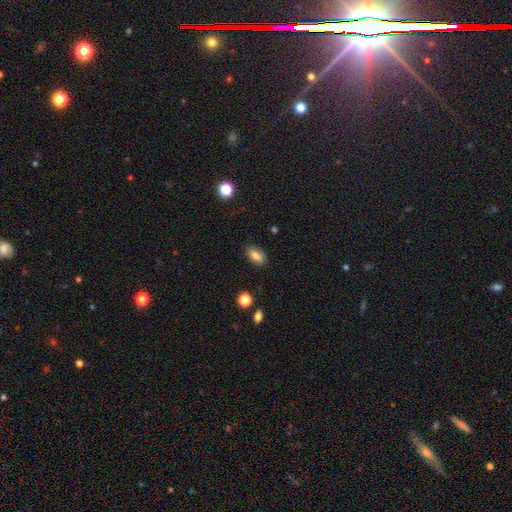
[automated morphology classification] Smooth or featured? smooth (83%)
How rounded? in between (86%)
Merging? none (83%)